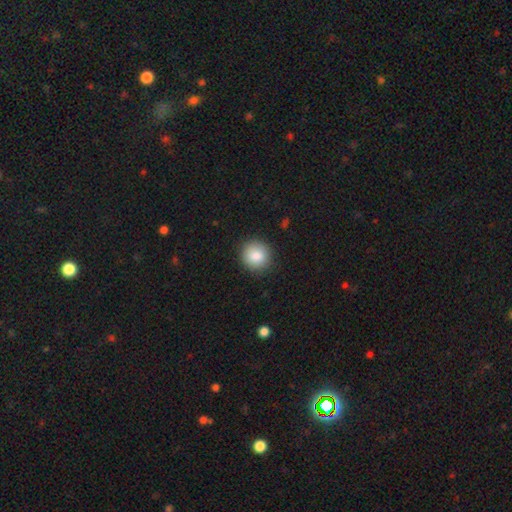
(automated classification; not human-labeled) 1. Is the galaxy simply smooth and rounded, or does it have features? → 87% smooth, 8% star or artifact, 5% featured or disk.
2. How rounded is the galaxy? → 90% round, 9% in between, 1% cigar-shaped.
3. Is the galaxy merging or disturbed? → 89% none, 8% minor disturbance, 2% major disturbance, 1% merger.